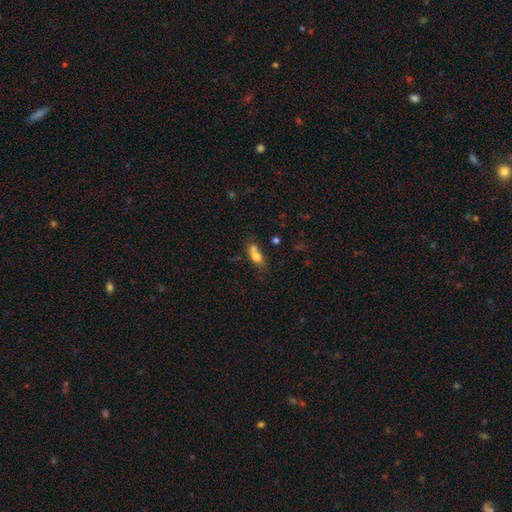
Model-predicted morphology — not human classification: smooth-or-featured: smooth: 70% | featured or disk: 19% | star or artifact: 10%
  how-rounded: in between: 69% | cigar-shaped: 17% | round: 13%
  merging: merger: 42% | none: 35% | minor disturbance: 15% | major disturbance: 7%